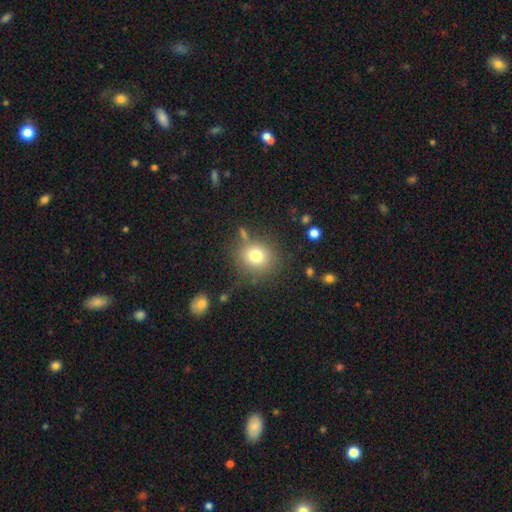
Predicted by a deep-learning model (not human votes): This is likely a smooth galaxy (77%). How rounded: clearly round (84%). Merging: likely none (78%).